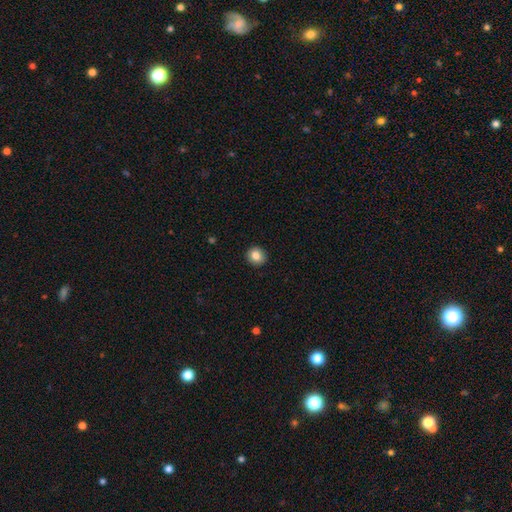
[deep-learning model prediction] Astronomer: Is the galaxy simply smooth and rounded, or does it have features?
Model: smooth — 84%.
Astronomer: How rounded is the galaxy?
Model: round — 88%.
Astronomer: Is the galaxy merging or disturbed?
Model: none — 92%.